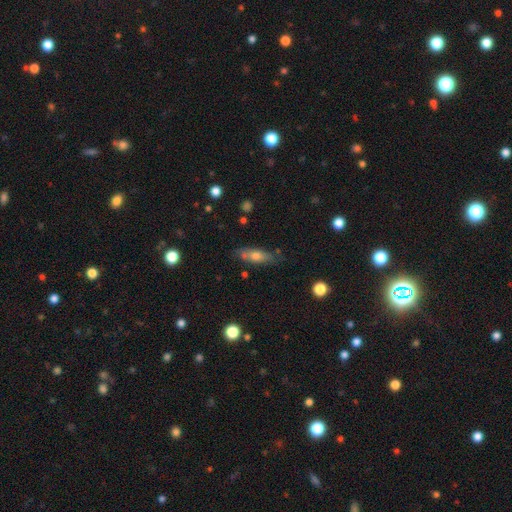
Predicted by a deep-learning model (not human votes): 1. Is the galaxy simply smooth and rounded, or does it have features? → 58% smooth, 33% featured or disk, 9% star or artifact.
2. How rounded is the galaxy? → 56% in between, 40% cigar-shaped, 4% round.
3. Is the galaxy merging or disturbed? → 70% none, 18% minor disturbance, 7% merger, 5% major disturbance.